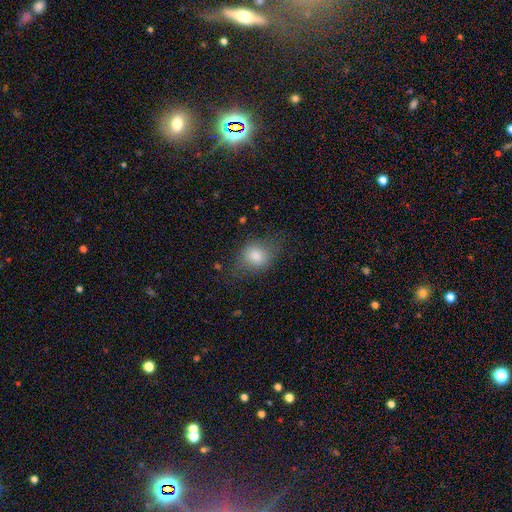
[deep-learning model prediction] The model was most divided on "how rounded": in between: 54%, round: 45%, cigar-shaped: 2%. More confident: smooth or featured — smooth (75%); merging — none (65%).